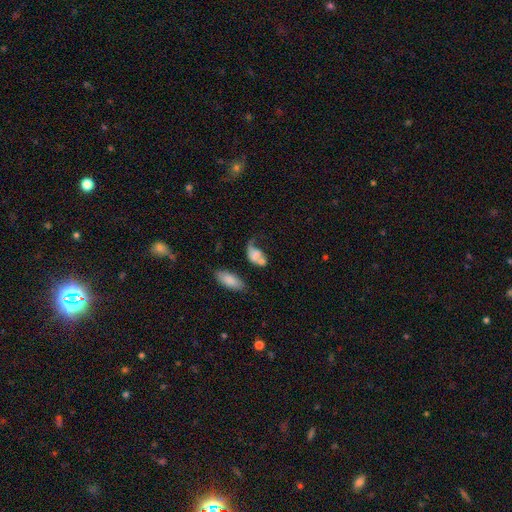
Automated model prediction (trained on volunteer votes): This is likely a smooth galaxy (65%). How rounded: likely in between (78%). Merging: marginally merger (31%).